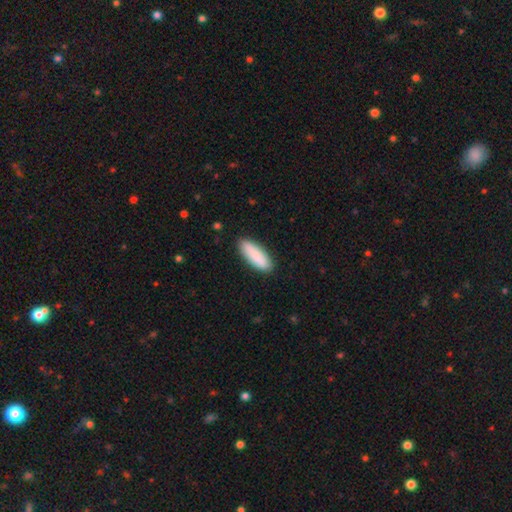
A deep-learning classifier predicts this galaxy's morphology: Smooth or featured?
  - smooth: 89% *
  - featured or disk: 6%
  - star or artifact: 5%
How rounded?
  - in between: 56% *
  - cigar-shaped: 42%
  - round: 2%
Merging?
  - none: 88% *
  - minor disturbance: 9%
  - major disturbance: 2%
  - merger: 1%